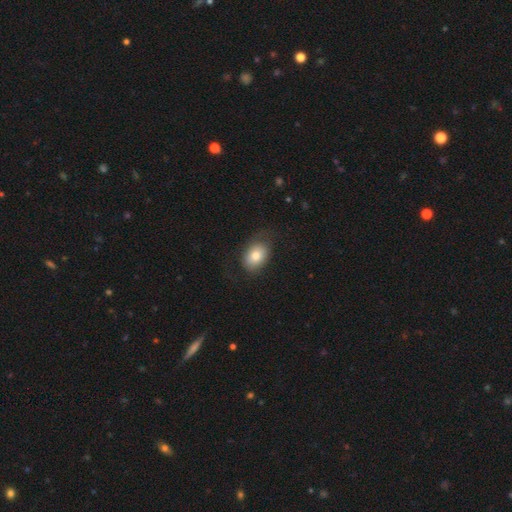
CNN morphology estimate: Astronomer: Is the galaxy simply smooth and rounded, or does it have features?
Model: smooth — 75%.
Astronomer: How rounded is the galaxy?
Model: in between — 77%.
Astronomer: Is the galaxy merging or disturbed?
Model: none — 71%.